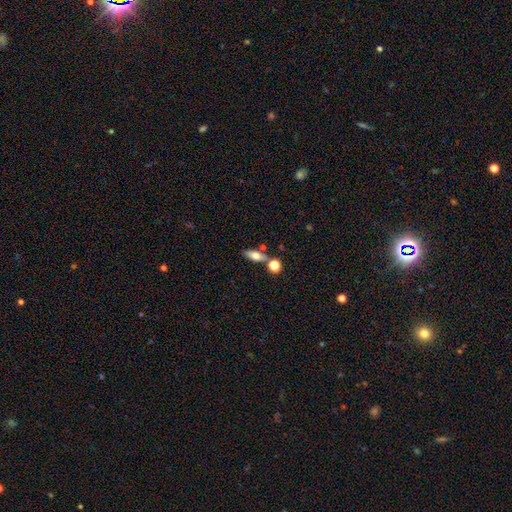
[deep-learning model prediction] The model was most divided on "how rounded": in between: 65%, cigar-shaped: 28%, round: 7%. More confident: merging — none (66%); smooth or featured — smooth (66%).